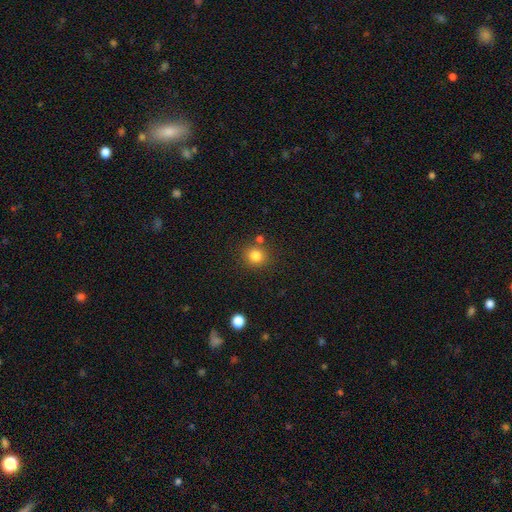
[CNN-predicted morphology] Smooth or featured? Predicted: smooth (p=0.83). How rounded? Predicted: round (p=0.86). Merging? Predicted: none (p=0.80).